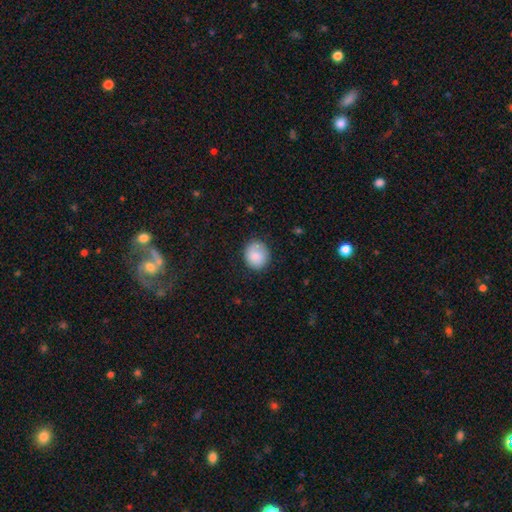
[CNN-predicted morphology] Smooth or featured? Predicted: smooth (p=0.84). How rounded? Predicted: round (p=0.79). Merging? Predicted: none (p=0.79).